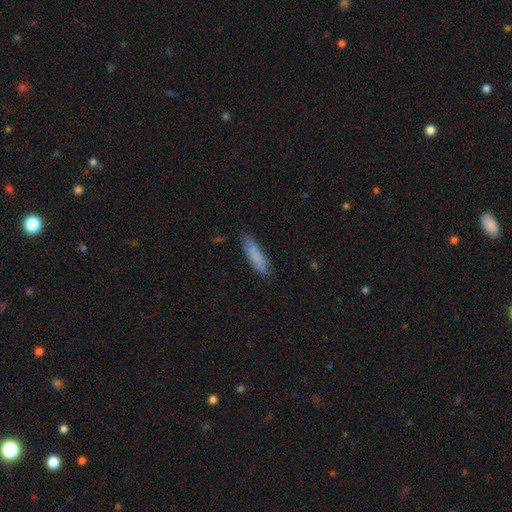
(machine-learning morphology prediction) Smooth or featured? smooth (81%)
How rounded? cigar-shaped (70%)
Merging? none (76%)